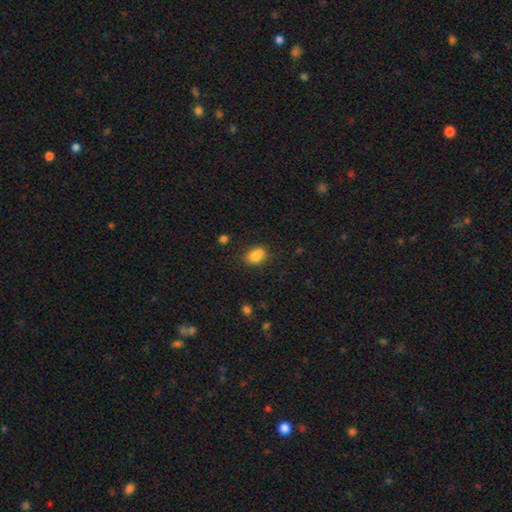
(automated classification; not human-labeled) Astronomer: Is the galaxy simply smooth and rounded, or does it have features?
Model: smooth — 83%.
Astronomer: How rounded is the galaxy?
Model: in between — 72%.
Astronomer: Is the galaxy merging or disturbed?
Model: none — 66%.